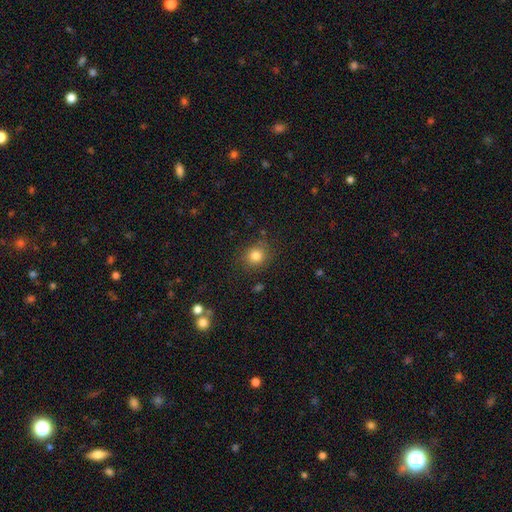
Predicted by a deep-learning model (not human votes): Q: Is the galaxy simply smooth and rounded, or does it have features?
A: smooth — 82%.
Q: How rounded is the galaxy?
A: round — 81%.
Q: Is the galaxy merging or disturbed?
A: none — 83%.